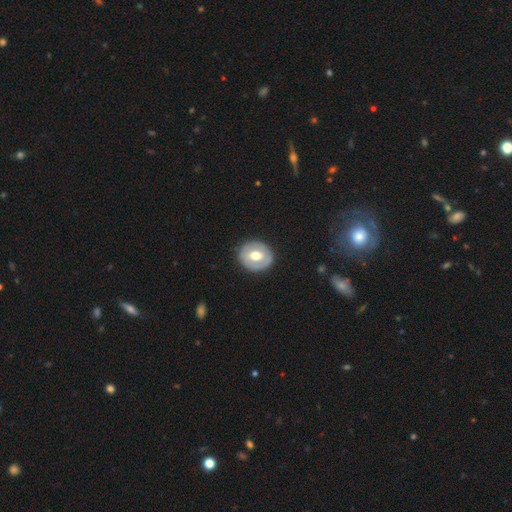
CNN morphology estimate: This appears to be a smooth galaxy with no disk features (50%). Merging: none (87%).